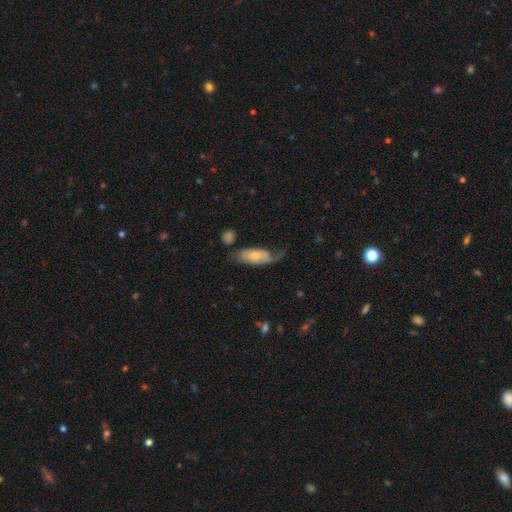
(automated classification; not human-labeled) Morphology: type=smooth (50%); merging=none (37%).